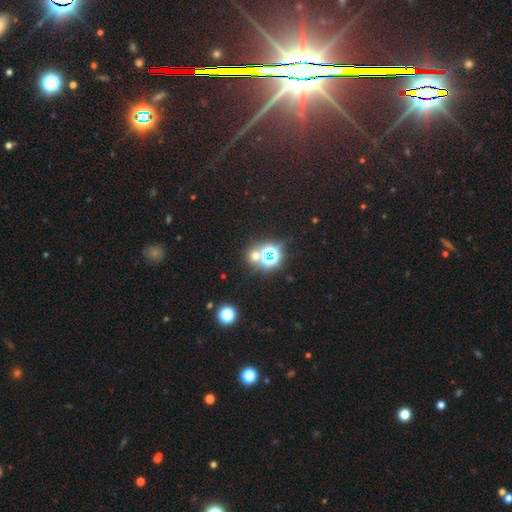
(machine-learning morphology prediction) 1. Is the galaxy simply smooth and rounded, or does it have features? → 52% star or artifact, 40% smooth, 8% featured or disk.